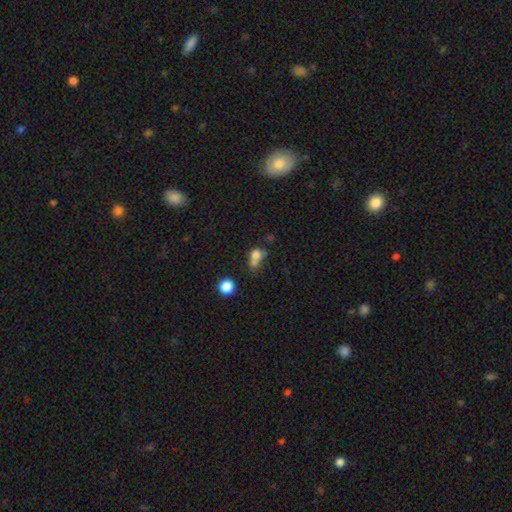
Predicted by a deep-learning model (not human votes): smooth_or_featured: smooth (p=0.69) [alt: featured or disk p=0.15]
how_rounded: round (p=0.62) [alt: in between p=0.36]
merging: merger (p=0.48) [alt: none p=0.29]